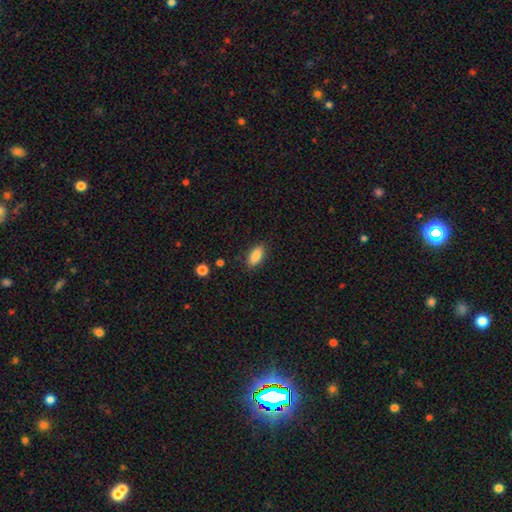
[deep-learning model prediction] The model was most divided on "how rounded": in between: 86%, cigar-shaped: 11%, round: 3%. More confident: smooth or featured — smooth (87%); merging — none (85%).